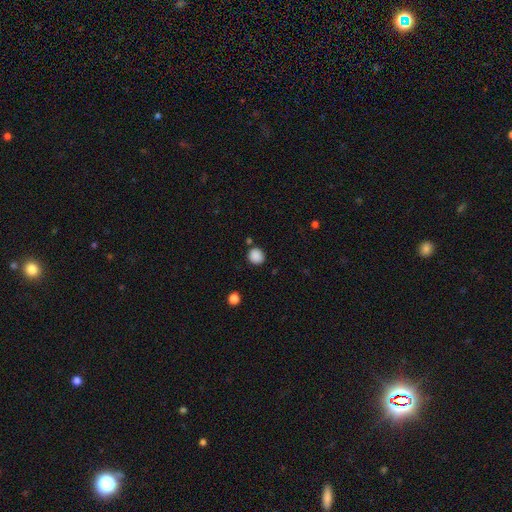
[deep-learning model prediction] The model was most divided on "how rounded": round: 84%, in between: 15%, cigar-shaped: 1%. More confident: smooth or featured — smooth (87%); merging — none (83%).